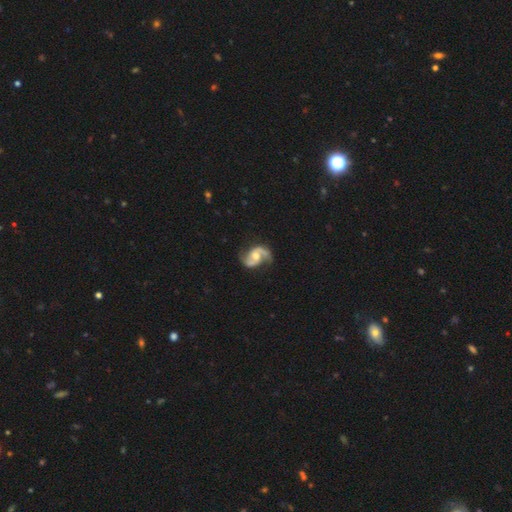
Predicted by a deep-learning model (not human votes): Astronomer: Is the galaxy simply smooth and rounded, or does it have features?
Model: featured or disk — 90%.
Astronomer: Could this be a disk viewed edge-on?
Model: no — 98%.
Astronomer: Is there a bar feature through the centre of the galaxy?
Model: no — 50% (runner-up: weak, 37%).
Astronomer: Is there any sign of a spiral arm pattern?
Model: yes — 97%.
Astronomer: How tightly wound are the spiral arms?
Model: medium — 48% (runner-up: loose, 39%).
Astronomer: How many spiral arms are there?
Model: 2 — 93%.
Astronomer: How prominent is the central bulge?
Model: moderate — 66%.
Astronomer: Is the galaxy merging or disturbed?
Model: none — 76%.